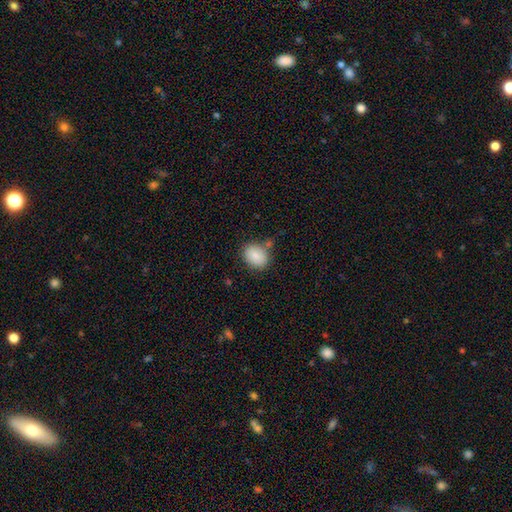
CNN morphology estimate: smooth-or-featured: smooth: 87% | star or artifact: 7% | featured or disk: 6%
  how-rounded: in between: 64% | round: 35% | cigar-shaped: 1%
  merging: none: 72% | minor disturbance: 15% | merger: 9% | major disturbance: 4%